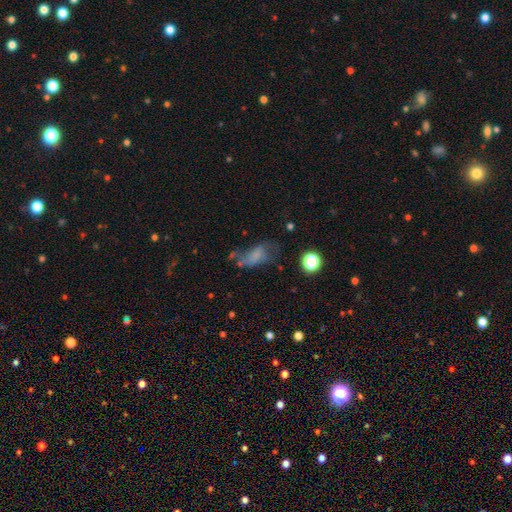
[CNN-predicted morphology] This is possibly a smooth galaxy (53%). How rounded: clearly in between (82%). Merging: marginally major disturbance (36%).